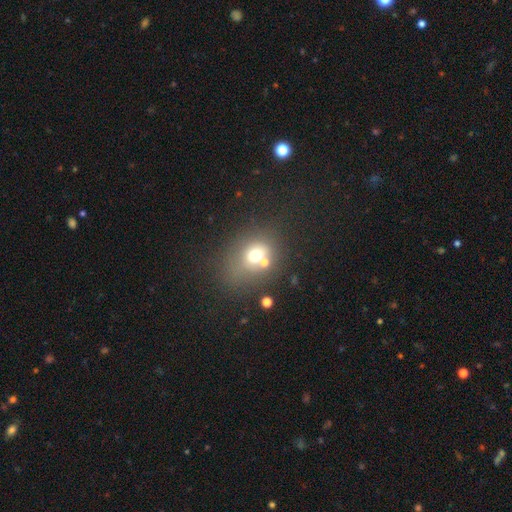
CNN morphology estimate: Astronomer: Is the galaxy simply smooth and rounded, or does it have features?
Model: smooth — 65%.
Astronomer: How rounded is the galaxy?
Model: round — 65%.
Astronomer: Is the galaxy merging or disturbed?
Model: none — 51% (runner-up: merger, 26%).